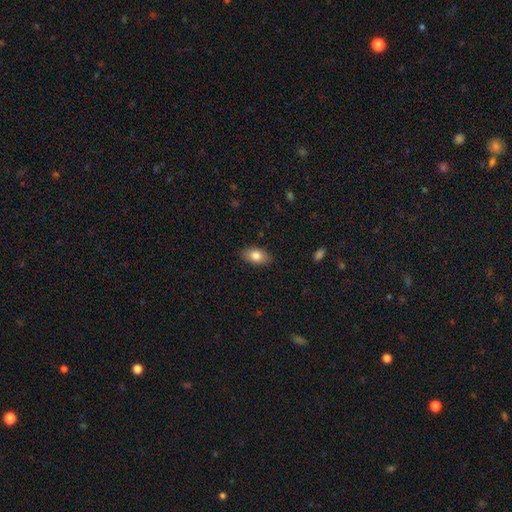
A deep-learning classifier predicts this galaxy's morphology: A smooth galaxy with no disk features (80%) that is in between round and cigar-shaped (90%). Merging: none (87%).